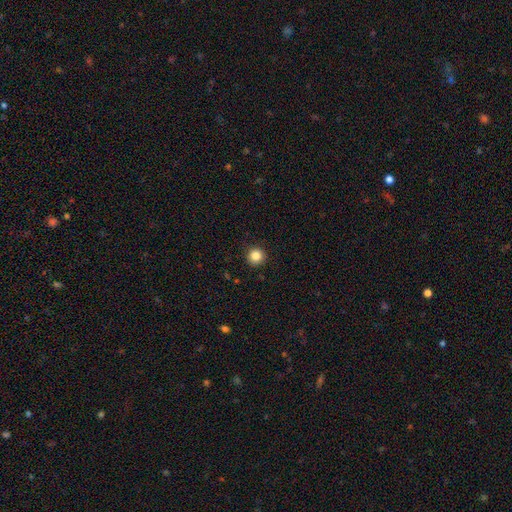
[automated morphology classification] smooth_or_featured: smooth (p=0.85) [alt: star or artifact p=0.11]
how_rounded: round (p=0.96) [alt: in between p=0.04]
merging: none (p=0.93) [alt: minor disturbance p=0.05]